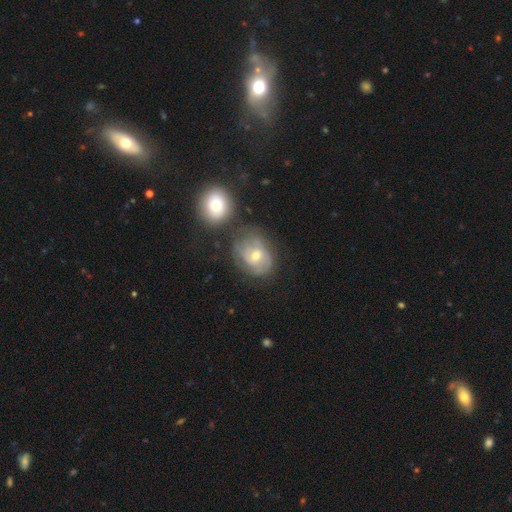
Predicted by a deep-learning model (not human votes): A featured or disk galaxy (58%) with no bar (64%), spiral arms (76%) and a moderate central bulge (61%).

Vote fractions:
- Smooth or featured? featured or disk: 58% / smooth: 33% / star or artifact: 9%
- Edge-on disk? no: 96% / yes: 4%
- Bar? no: 64% / weak: 31% / strong: 5%
- Spiral arms? yes: 76% / no: 24%
- Bulge size? moderate: 61% / small: 33% / large: 3% / none: 1% / dominant: 1%
- Merging? none: 52% / minor disturbance: 23% / major disturbance: 13% / merger: 11%